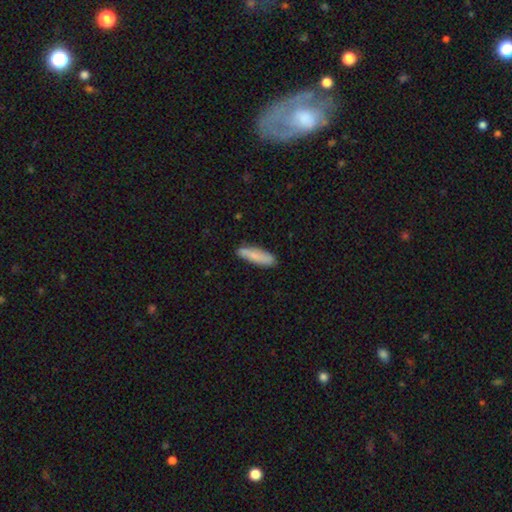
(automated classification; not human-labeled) This is clearly a smooth galaxy (80%). How rounded: likely cigar-shaped (70%). Merging: clearly none (82%).